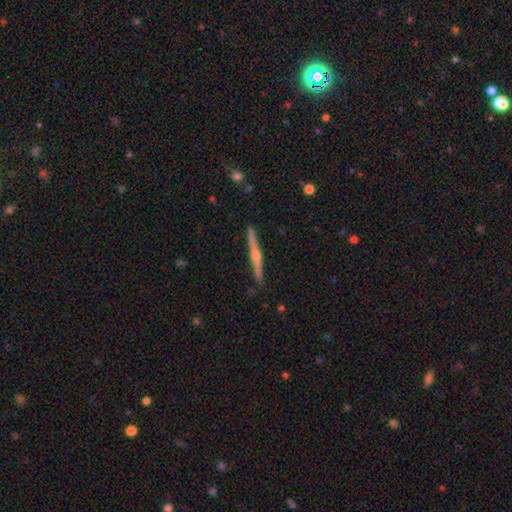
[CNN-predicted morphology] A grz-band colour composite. It shows a featured or disk galaxy (75%) viewed edge-on (97%) with a rounded central bulge (85%). Merging: none (88%).